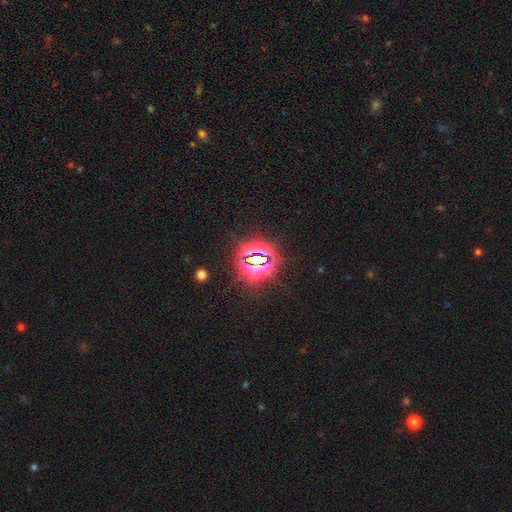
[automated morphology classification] A star or artifact, not a galaxy (78%).

Vote fractions:
- Smooth or featured? star or artifact: 78% / smooth: 14% / featured or disk: 8%